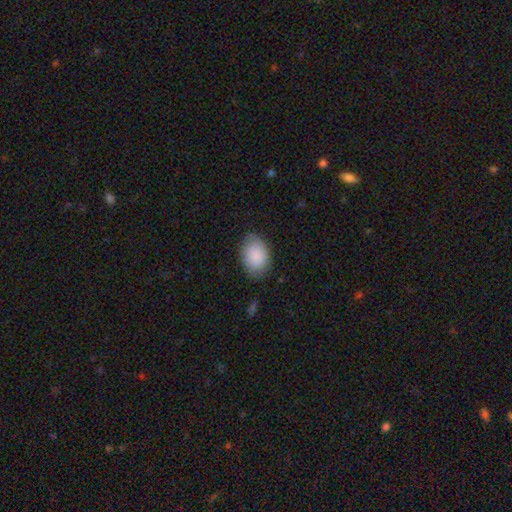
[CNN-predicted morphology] This appears to be a smooth galaxy with no disk features (89%) that is in between round and cigar-shaped (80%). Merging: none (79%).